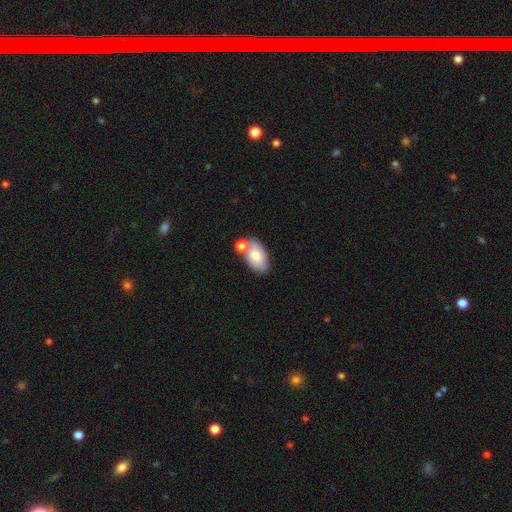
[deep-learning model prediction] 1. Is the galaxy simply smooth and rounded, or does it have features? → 73% smooth, 20% featured or disk, 7% star or artifact.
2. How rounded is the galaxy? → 91% in between, 7% round, 2% cigar-shaped.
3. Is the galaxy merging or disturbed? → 49% none, 30% merger, 16% minor disturbance, 5% major disturbance.